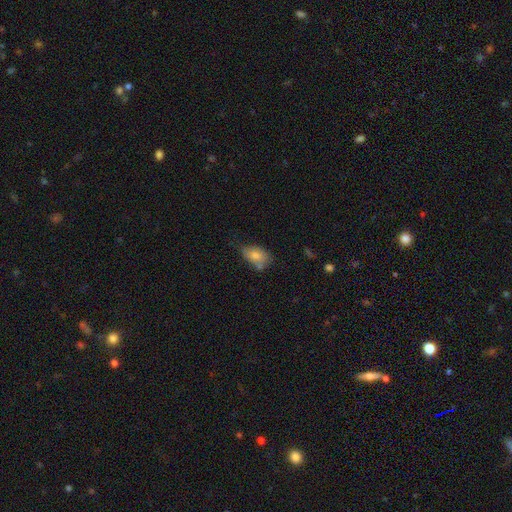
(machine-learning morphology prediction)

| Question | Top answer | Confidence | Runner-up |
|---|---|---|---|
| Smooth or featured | smooth | 78% | featured or disk (14%) |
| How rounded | in between | 87% | round (11%) |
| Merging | none | 49% | minor disturbance (29%) |